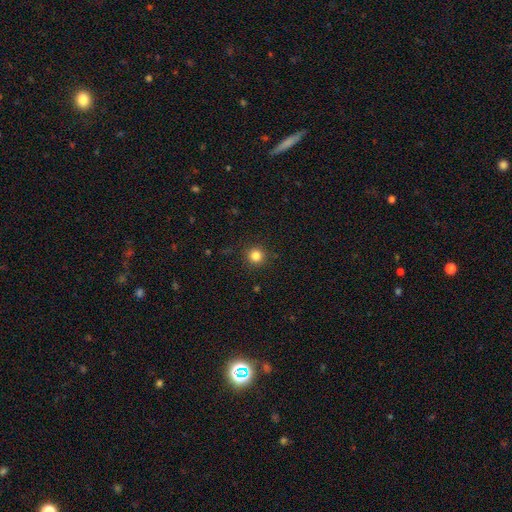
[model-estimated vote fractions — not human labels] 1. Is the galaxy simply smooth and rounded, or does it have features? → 83% smooth, 12% star or artifact, 4% featured or disk.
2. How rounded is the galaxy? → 95% round, 4% in between, 1% cigar-shaped.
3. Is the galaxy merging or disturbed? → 91% none, 6% minor disturbance, 2% major disturbance, 1% merger.